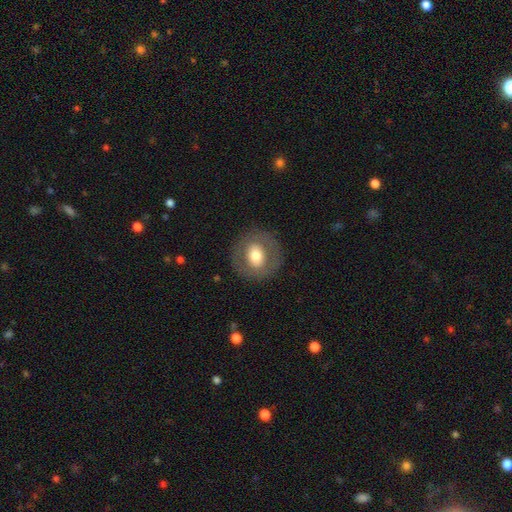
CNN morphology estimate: smooth-or-featured: smooth: 58% | featured or disk: 34% | star or artifact: 7%
  how-rounded: round: 75% | in between: 24% | cigar-shaped: 1%
  merging: none: 84% | minor disturbance: 9% | major disturbance: 6% | merger: 1%